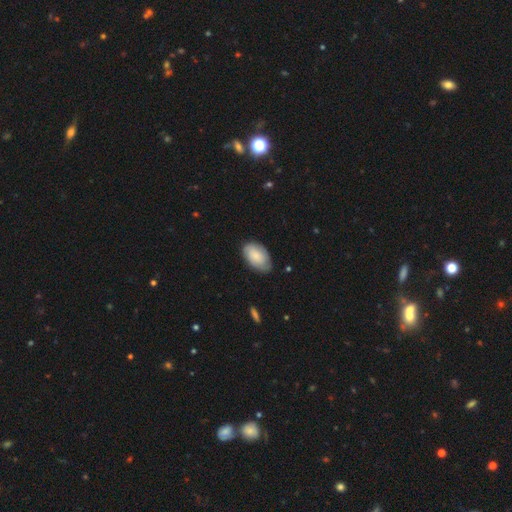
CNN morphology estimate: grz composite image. It shows a smooth galaxy with no disk features (69%) that is in between round and cigar-shaped (93%). Merging: none (74%).